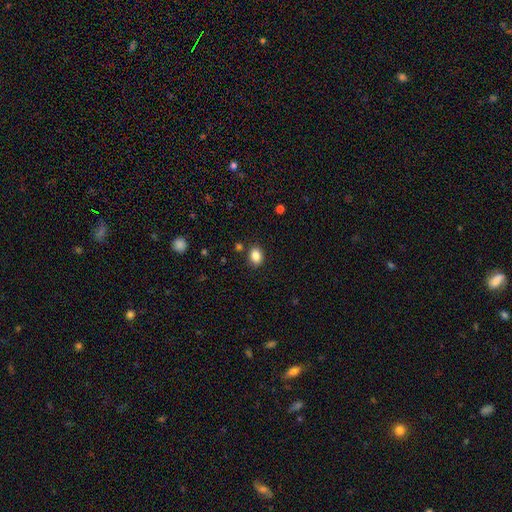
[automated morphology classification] smooth_or_featured: smooth (p=0.86) [alt: star or artifact p=0.10]
how_rounded: in between (p=0.61) [alt: round p=0.38]
merging: none (p=0.86) [alt: minor disturbance p=0.09]